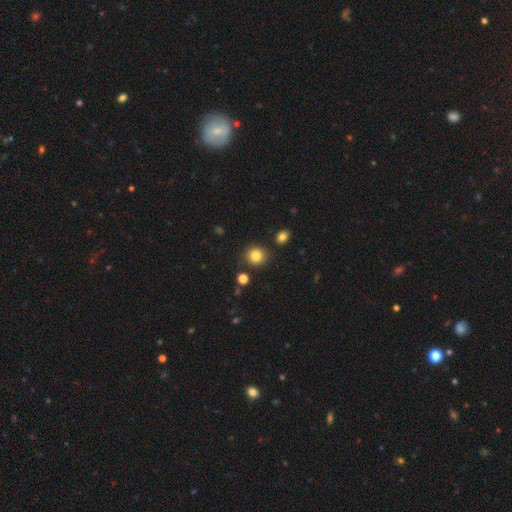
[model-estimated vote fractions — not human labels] Overall: smooth (83%). How rounded: round (86%). Merging: none (85%).